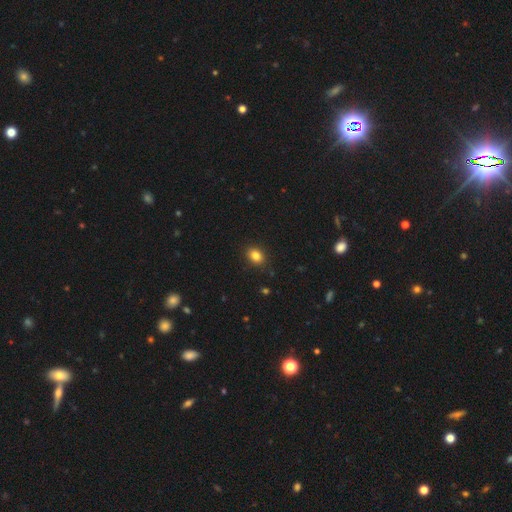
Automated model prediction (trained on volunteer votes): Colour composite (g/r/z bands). It shows a smooth galaxy with no disk features (84%) that is in between round and cigar-shaped (64%). Merging: none (88%).